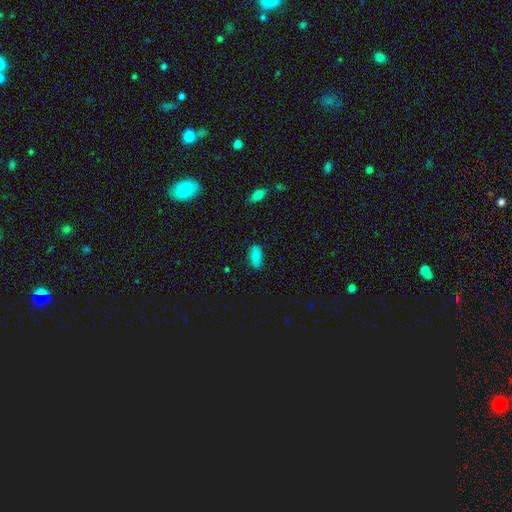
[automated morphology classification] The model was most divided on "merging": none: 85%, minor disturbance: 11%, major disturbance: 2%, merger: 1%. More confident: how rounded — in between (88%); smooth or featured — smooth (83%).